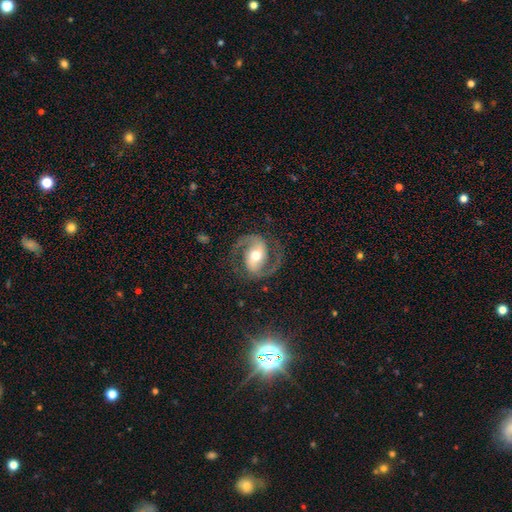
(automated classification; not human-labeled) Smooth or featured? Predicted: featured or disk (p=0.90). Edge-on disk? Predicted: no (p=0.98). Bar? Predicted: weak (p=0.40). Spiral arms? Predicted: yes (p=0.97). Spiral winding? Predicted: medium (p=0.63). Spiral arm count? Predicted: 2 (p=0.94). Bulge size? Predicted: moderate (p=0.70). Merging? Predicted: none (p=0.81).